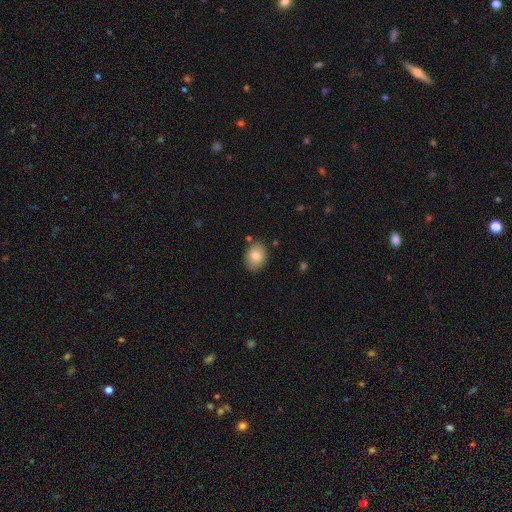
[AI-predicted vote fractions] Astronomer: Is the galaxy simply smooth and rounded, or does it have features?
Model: smooth — 79%.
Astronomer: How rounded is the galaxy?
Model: in between — 67%.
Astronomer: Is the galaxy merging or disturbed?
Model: none — 83%.